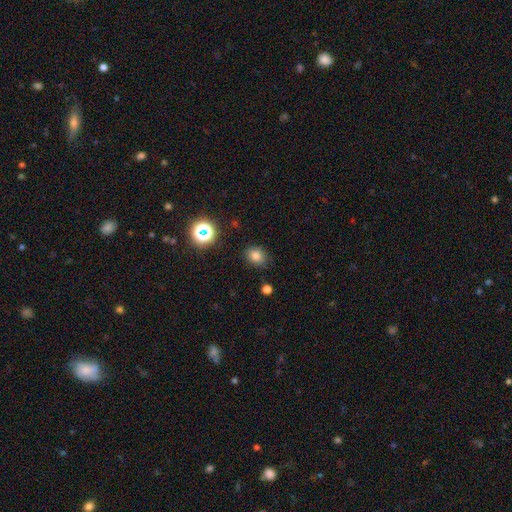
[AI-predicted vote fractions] The model was most divided on "how rounded": round: 56%, in between: 43%, cigar-shaped: 1%. More confident: merging — none (84%); smooth or featured — smooth (78%).